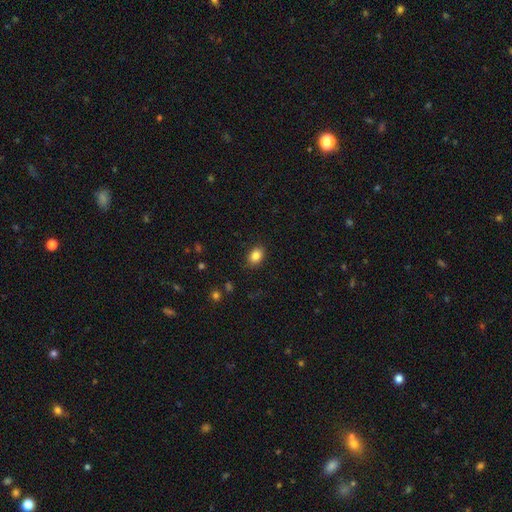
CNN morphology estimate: Smooth or featured?
  - smooth: 85% *
  - star or artifact: 9%
  - featured or disk: 6%
How rounded?
  - in between: 76% *
  - round: 23%
  - cigar-shaped: 1%
Merging?
  - none: 86% *
  - minor disturbance: 10%
  - major disturbance: 3%
  - merger: 1%